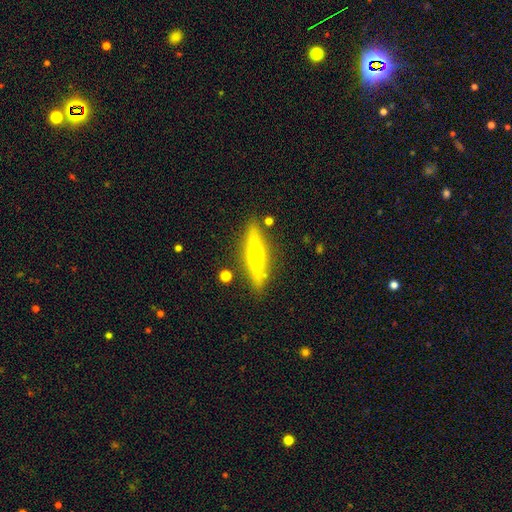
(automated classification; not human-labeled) A featured or disk galaxy (53%) viewed edge-on (87%).

Vote fractions:
- Smooth or featured? featured or disk: 53% / smooth: 40% / star or artifact: 7%
- Edge-on disk? yes: 87% / no: 13%
- Merging? none: 85% / minor disturbance: 10% / merger: 3% / major disturbance: 2%